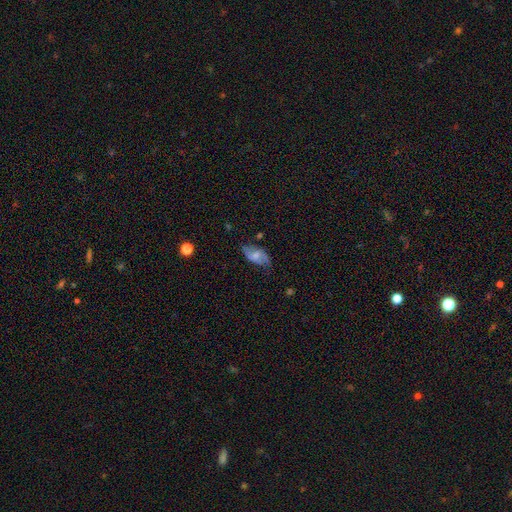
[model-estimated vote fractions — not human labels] Smooth or featured?
  - featured or disk: 54% *
  - smooth: 38%
  - star or artifact: 8%
Edge-on disk?
  - no: 92% *
  - yes: 8%
Merging?
  - none: 65% *
  - minor disturbance: 25%
  - major disturbance: 8%
  - merger: 2%